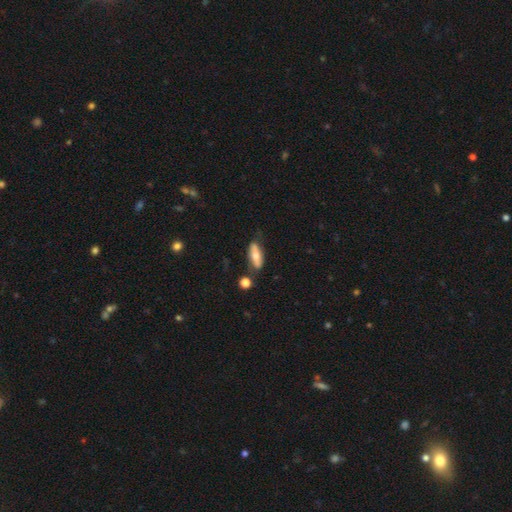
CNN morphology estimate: smooth 51%, featured or disk 42%, star or artifact 6%. Down the decision tree: how rounded — in between (67%); merging — none (69%).